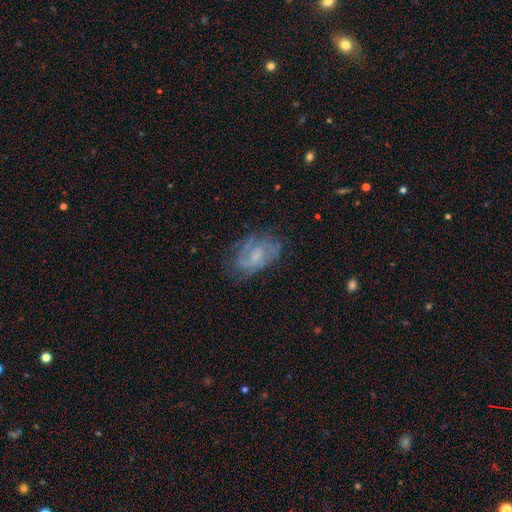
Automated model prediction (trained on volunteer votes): Smooth or featured?
  - featured or disk: 65% *
  - smooth: 26%
  - star or artifact: 9%
Edge-on disk?
  - no: 96% *
  - yes: 4%
Bar?
  - no: 47% *
  - weak: 44%
  - strong: 9%
Spiral arms?
  - yes: 81% *
  - no: 19%
Spiral winding?
  - medium: 43% *
  - tight: 36%
  - loose: 21%
Spiral arm count?
  - 2: 47% *
  - can't tell: 31%
  - 3: 10%
  - 1: 6%
  - 4: 3%
  - more than 4: 2%
Bulge size?
  - none: 36% *
  - small: 30%
  - moderate: 28%
  - large: 5%
  - dominant: 1%
Merging?
  - none: 63% *
  - minor disturbance: 22%
  - major disturbance: 13%
  - merger: 2%